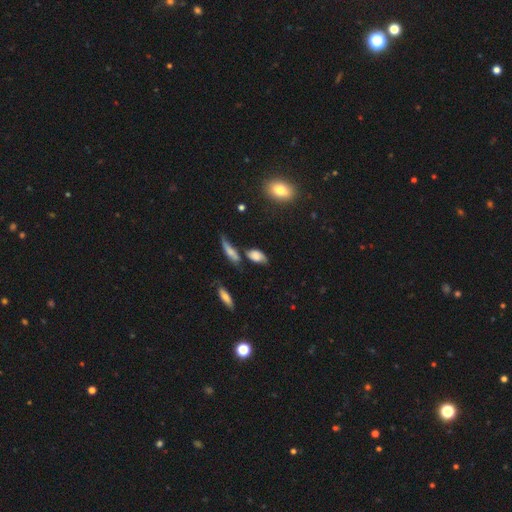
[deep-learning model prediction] A smooth galaxy with no disk features (67%) that is in between round and cigar-shaped (82%). Merging: none (48%).